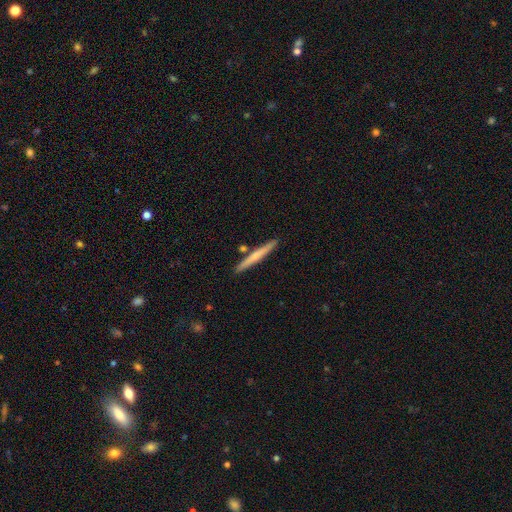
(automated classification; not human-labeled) Smooth or featured? smooth (50%)
Merging? none (86%)